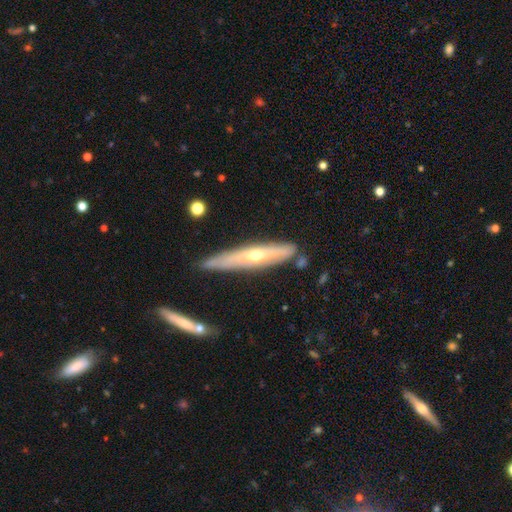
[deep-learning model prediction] Q: Smooth or featured?
A: featured or disk (60%); runner-up: smooth (35%)
Q: Edge-on disk?
A: yes (80%); runner-up: no (20%)
Q: Merging?
A: none (75%); runner-up: minor disturbance (17%)